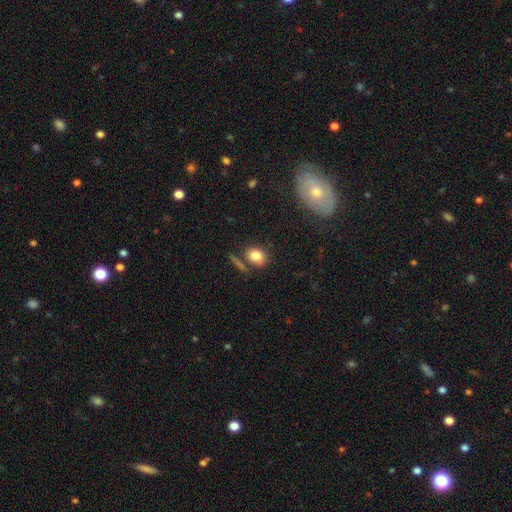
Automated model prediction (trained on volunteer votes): Smooth or featured: smooth — 80% (star or artifact — 10%)
How rounded: in between — 59% (round — 39%)
Merging: none — 70% (minor disturbance — 14%)